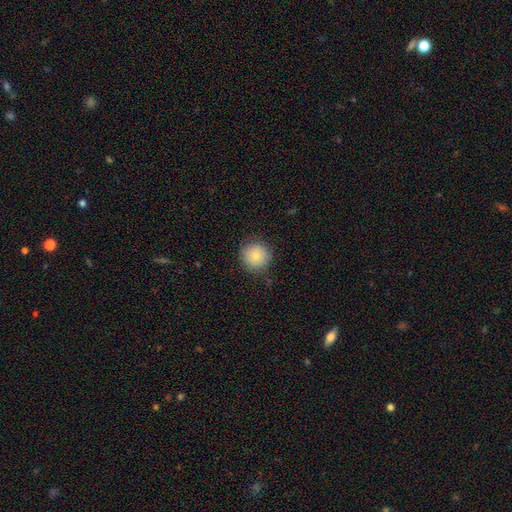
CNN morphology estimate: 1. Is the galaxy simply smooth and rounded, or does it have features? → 83% smooth, 9% star or artifact, 8% featured or disk.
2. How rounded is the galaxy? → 95% round, 5% in between, 1% cigar-shaped.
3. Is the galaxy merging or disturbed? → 86% none, 10% minor disturbance, 3% major disturbance, 1% merger.